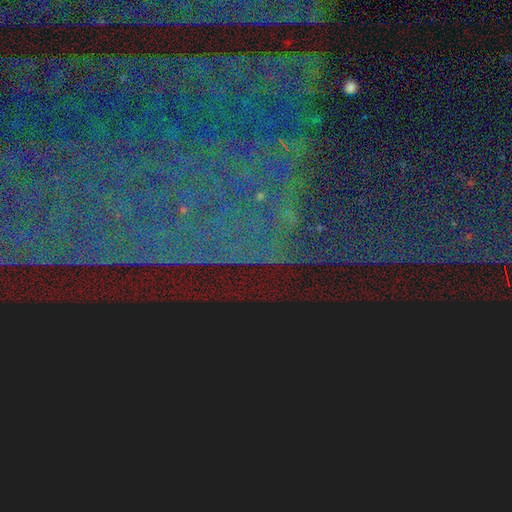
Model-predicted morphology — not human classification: The model was most divided on "smooth or featured": star or artifact: 87%, featured or disk: 7%, smooth: 6%.